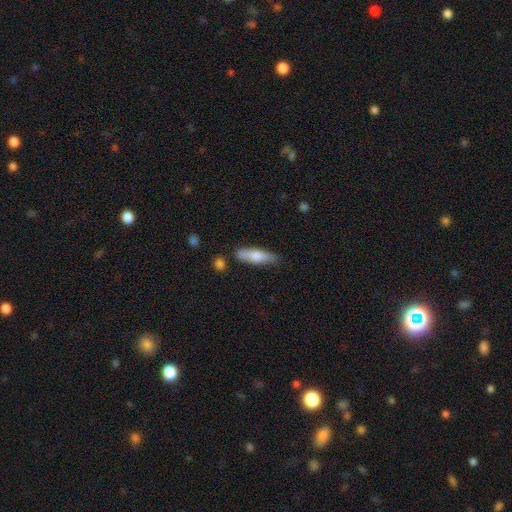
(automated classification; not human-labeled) Overall: smooth (71%). How rounded: cigar-shaped (55%; in between 43%). Merging: none (75%).